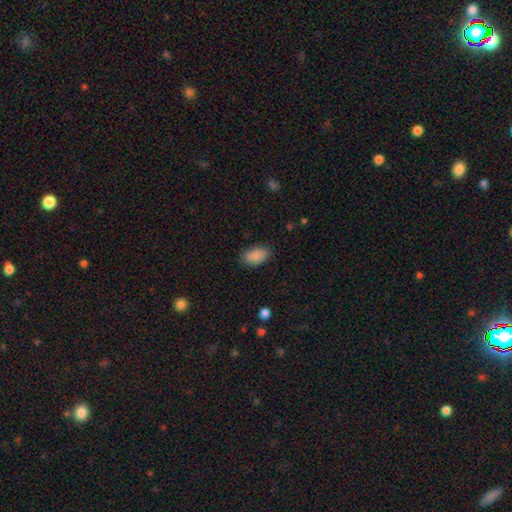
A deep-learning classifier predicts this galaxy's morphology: smooth 89%, star or artifact 8%, featured or disk 4%. Down the decision tree: how rounded — in between (91%); merging — none (82%).